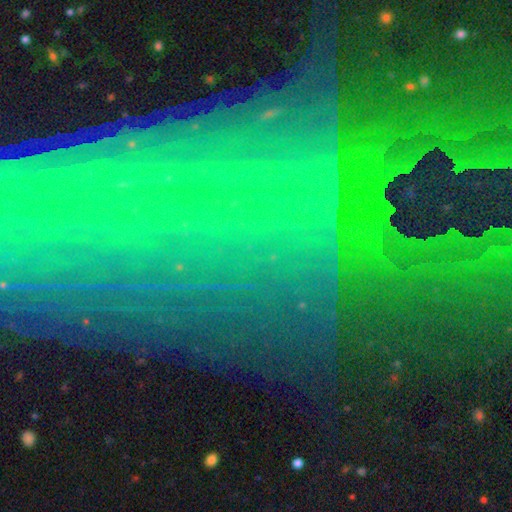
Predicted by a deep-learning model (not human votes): A star or artifact, not a galaxy (74%).

Vote fractions:
- Smooth or featured? star or artifact: 74% / featured or disk: 16% / smooth: 10%